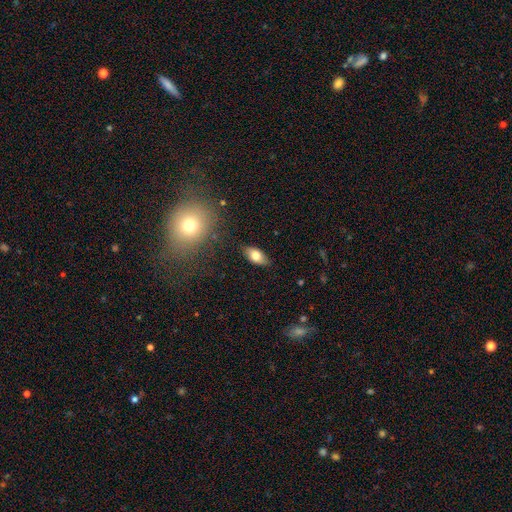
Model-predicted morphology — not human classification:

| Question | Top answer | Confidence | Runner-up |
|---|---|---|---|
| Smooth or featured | smooth | 75% | featured or disk (18%) |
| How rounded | in between | 89% | cigar-shaped (6%) |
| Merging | none | 85% | minor disturbance (11%) |